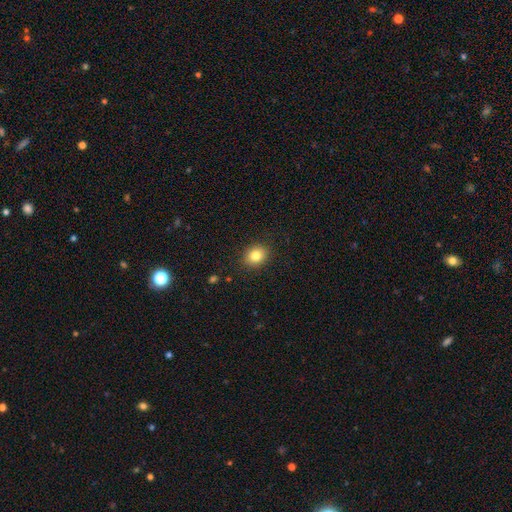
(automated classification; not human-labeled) This is clearly a smooth galaxy (82%). How rounded: likely round (67%). Merging: clearly none (89%).